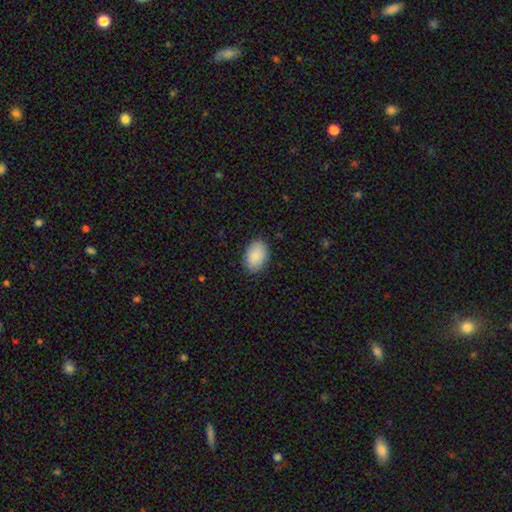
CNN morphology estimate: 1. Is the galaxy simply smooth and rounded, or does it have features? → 90% smooth, 6% star or artifact, 4% featured or disk.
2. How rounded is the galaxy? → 85% in between, 14% round, 1% cigar-shaped.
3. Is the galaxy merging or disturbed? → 87% none, 9% minor disturbance, 2% major disturbance, 1% merger.